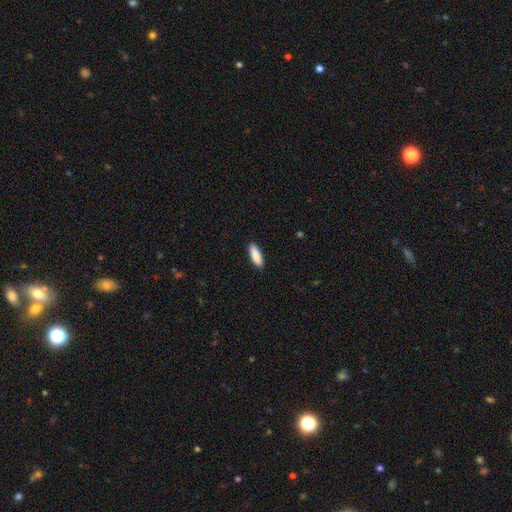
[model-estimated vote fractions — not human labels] A smooth galaxy with no disk features (89%) that is in between round and cigar-shaped (54%).

Vote fractions:
- Smooth or featured? smooth: 89% / featured or disk: 6% / star or artifact: 6%
- How rounded? in between: 54% / cigar-shaped: 44% / round: 2%
- Merging? none: 89% / minor disturbance: 8% / major disturbance: 2% / merger: 1%